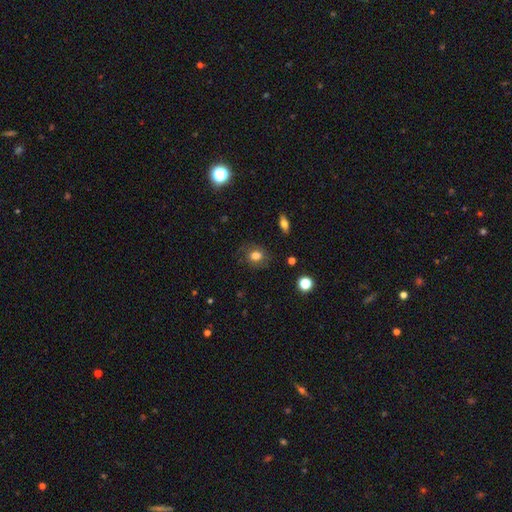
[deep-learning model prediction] Q: Smooth or featured?
A: smooth (74%); runner-up: featured or disk (15%)
Q: How rounded?
A: round (53%); runner-up: in between (45%)
Q: Merging?
A: none (72%); runner-up: minor disturbance (18%)